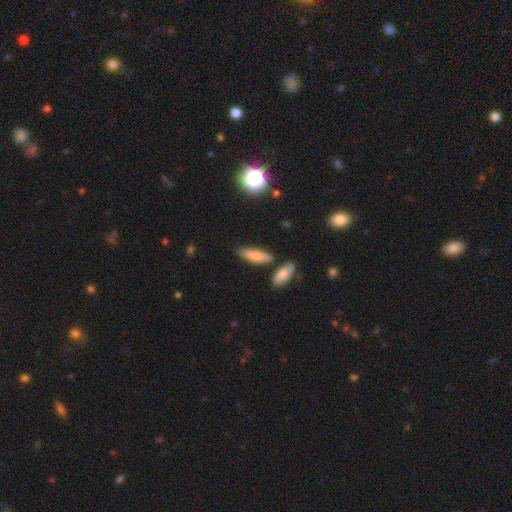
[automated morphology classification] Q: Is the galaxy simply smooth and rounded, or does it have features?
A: smooth — 81%.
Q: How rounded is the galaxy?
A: cigar-shaped — 49%.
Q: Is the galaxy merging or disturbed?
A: none — 79%.